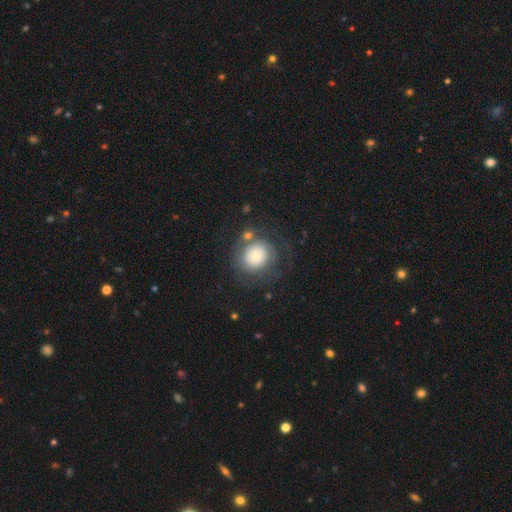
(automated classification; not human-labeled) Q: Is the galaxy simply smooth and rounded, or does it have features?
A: smooth — 55%.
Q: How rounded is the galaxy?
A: round — 87%.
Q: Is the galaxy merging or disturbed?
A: none — 63%.